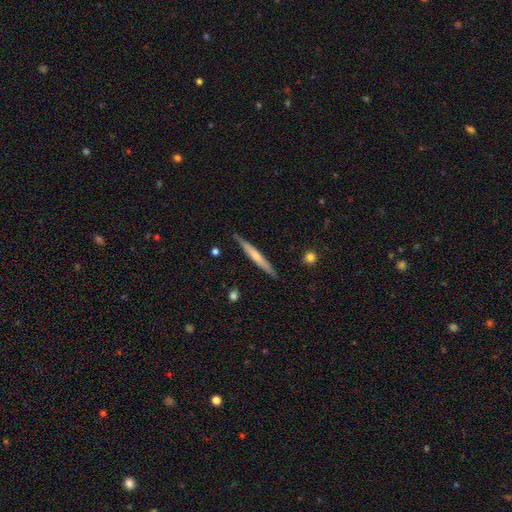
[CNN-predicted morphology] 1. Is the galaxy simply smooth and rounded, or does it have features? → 48% smooth, 47% featured or disk, 5% star or artifact.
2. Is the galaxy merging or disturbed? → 87% none, 10% minor disturbance, 2% major disturbance, 1% merger.